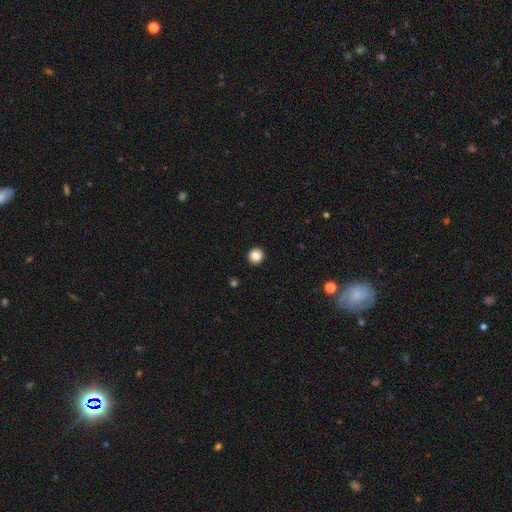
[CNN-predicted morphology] Smooth or featured?
  - smooth: 87% *
  - star or artifact: 10%
  - featured or disk: 4%
How rounded?
  - round: 91% *
  - in between: 8%
  - cigar-shaped: 1%
Merging?
  - none: 93% *
  - minor disturbance: 5%
  - major disturbance: 2%
  - merger: 1%